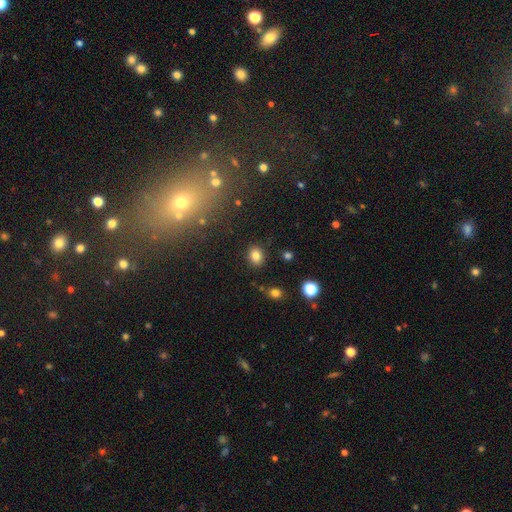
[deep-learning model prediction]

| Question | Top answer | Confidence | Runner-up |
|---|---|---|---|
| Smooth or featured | smooth | 83% | star or artifact (11%) |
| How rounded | round | 54% | in between (45%) |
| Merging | none | 86% | minor disturbance (9%) |